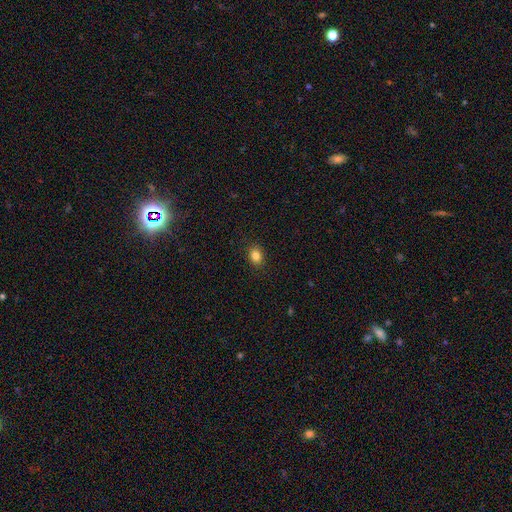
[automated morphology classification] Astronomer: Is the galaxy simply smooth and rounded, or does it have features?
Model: smooth — 83%.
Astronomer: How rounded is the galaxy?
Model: in between — 57% (runner-up: round, 42%).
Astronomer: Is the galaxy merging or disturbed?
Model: none — 89%.